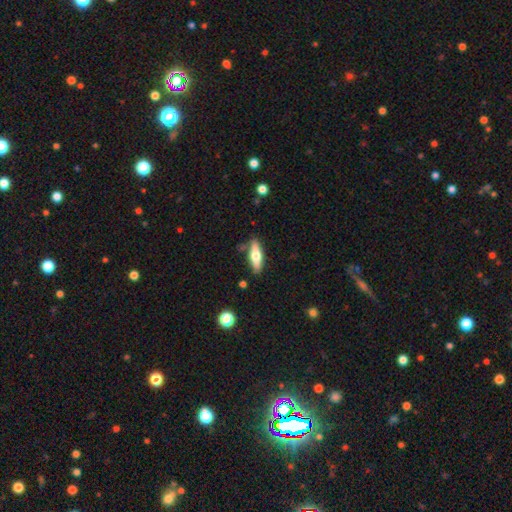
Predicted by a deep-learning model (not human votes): Q: Smooth or featured?
A: smooth (49%); runner-up: featured or disk (45%)
Q: Merging?
A: none (82%); runner-up: minor disturbance (12%)